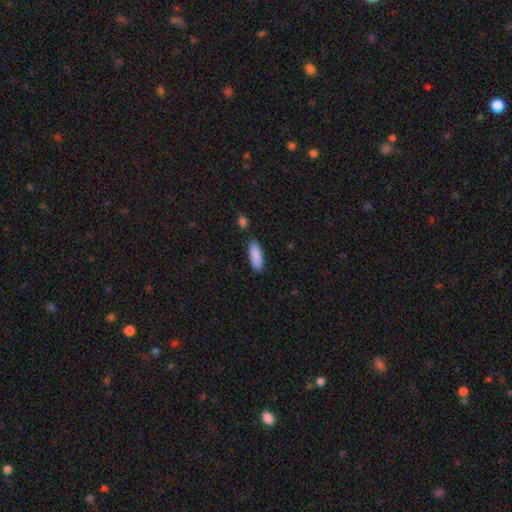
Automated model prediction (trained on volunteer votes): Smooth or featured?
  - smooth: 89% *
  - star or artifact: 6%
  - featured or disk: 5%
How rounded?
  - in between: 57% *
  - cigar-shaped: 42%
  - round: 2%
Merging?
  - none: 81% *
  - minor disturbance: 12%
  - merger: 4%
  - major disturbance: 3%